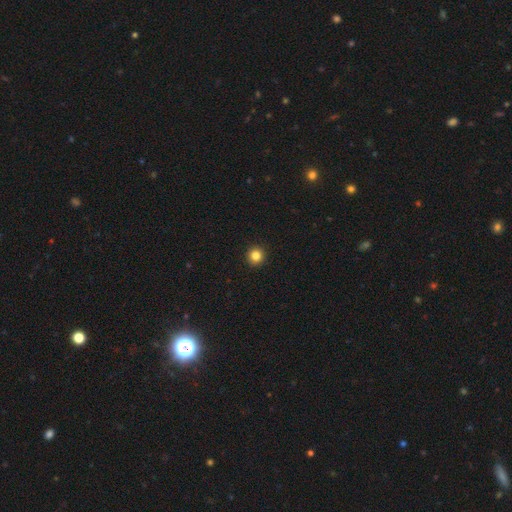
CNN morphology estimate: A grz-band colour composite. It shows a smooth galaxy with no disk features (84%) that is round (95%). Merging: none (94%).